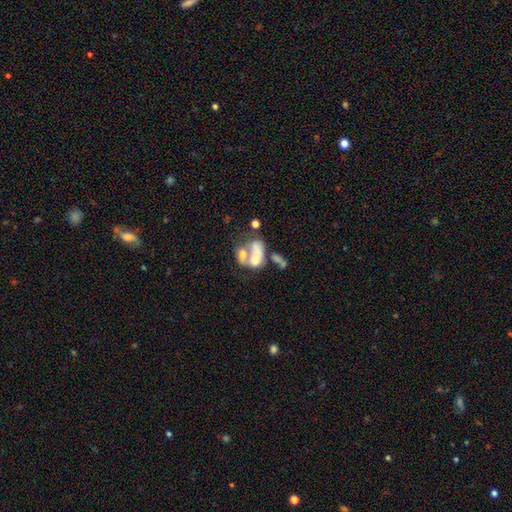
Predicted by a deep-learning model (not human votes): Smooth or featured: smooth — 47% (featured or disk — 42%)
Merging: merger — 63% (major disturbance — 16%)